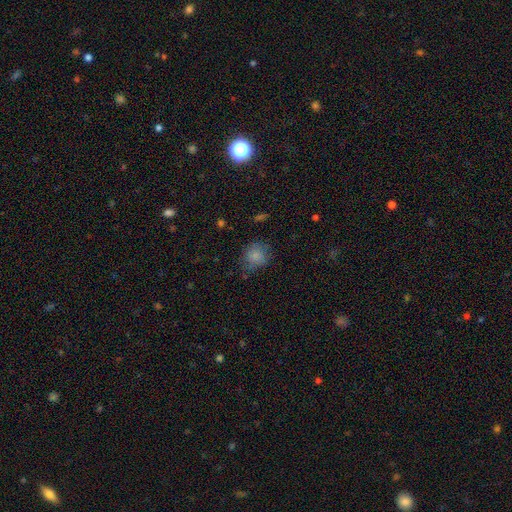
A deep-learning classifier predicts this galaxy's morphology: A smooth galaxy with no disk features (81%) that is round (77%).

Vote fractions:
- Smooth or featured? smooth: 81% / star or artifact: 10% / featured or disk: 9%
- How rounded? round: 77% / in between: 22% / cigar-shaped: 1%
- Merging? none: 67% / minor disturbance: 23% / major disturbance: 8% / merger: 2%